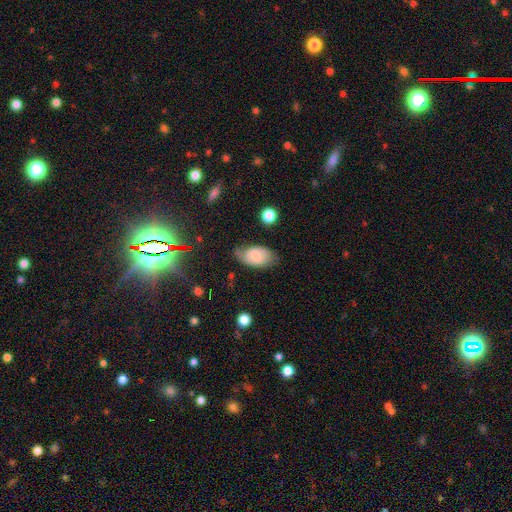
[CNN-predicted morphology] type=smooth (68%); roundness=in between (93%); merging=none (62%).